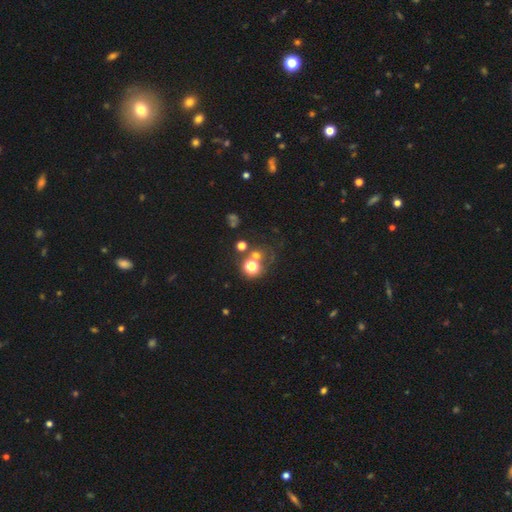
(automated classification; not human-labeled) smooth-or-featured: smooth: 59% | star or artifact: 28% | featured or disk: 14%
  how-rounded: round: 86% | in between: 13% | cigar-shaped: 1%
  merging: none: 55% | merger: 27% | minor disturbance: 9% | major disturbance: 9%